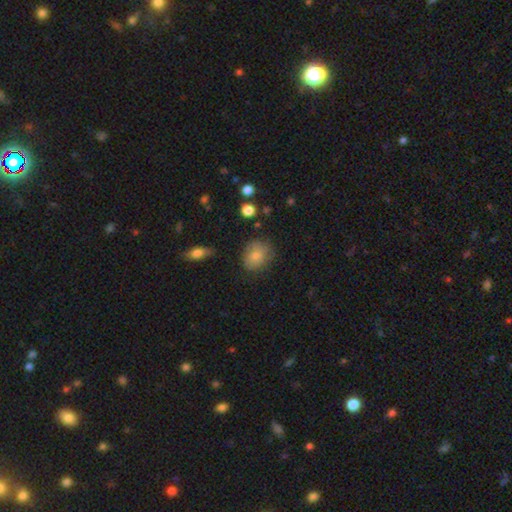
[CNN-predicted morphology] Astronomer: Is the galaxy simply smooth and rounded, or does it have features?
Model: smooth — 78%.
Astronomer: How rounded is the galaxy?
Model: round — 64%.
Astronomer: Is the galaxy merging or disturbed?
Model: none — 76%.